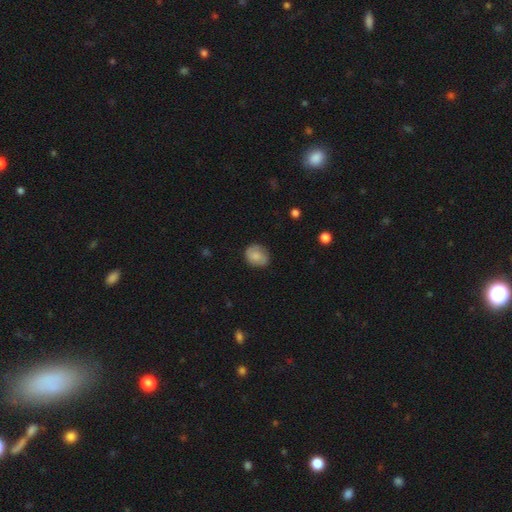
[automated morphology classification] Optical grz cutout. It shows a smooth galaxy with no disk features (75%) that is round (53%). Merging: none (73%).